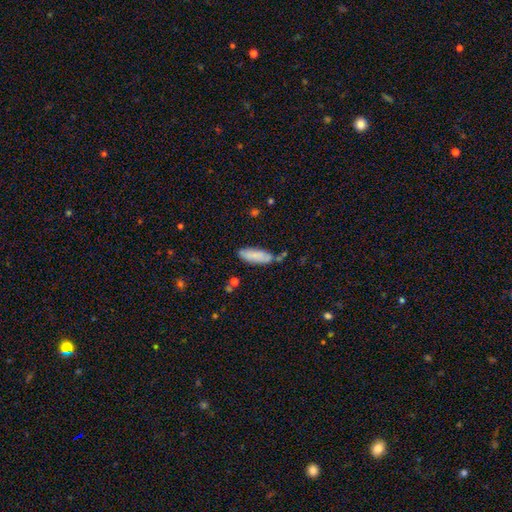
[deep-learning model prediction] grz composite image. It shows a smooth galaxy with no disk features (83%) that is in between round and cigar-shaped (62%). Merging: none (65%).